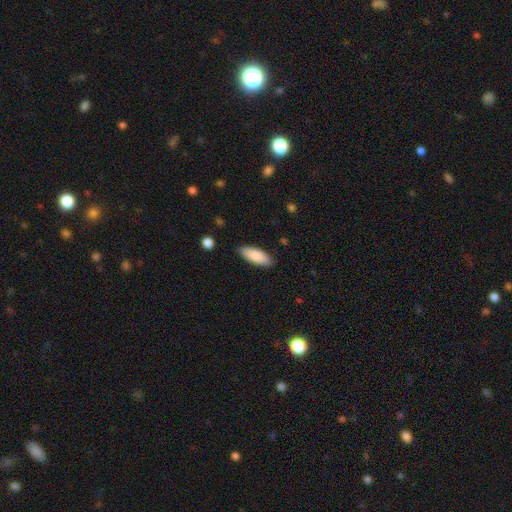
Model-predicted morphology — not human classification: smooth-or-featured: smooth: 87% | featured or disk: 8% | star or artifact: 6%
  how-rounded: in between: 75% | cigar-shaped: 23% | round: 2%
  merging: none: 88% | minor disturbance: 9% | major disturbance: 2% | merger: 1%